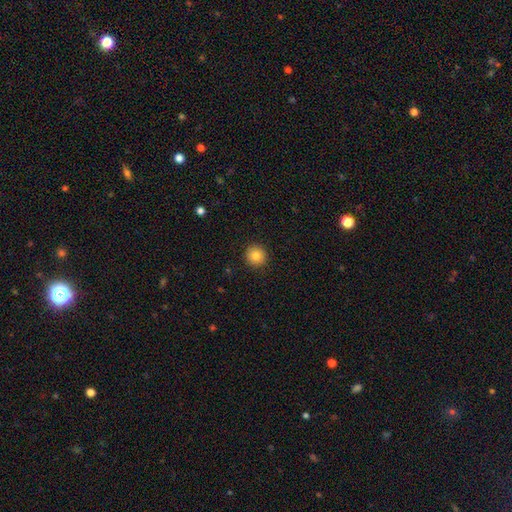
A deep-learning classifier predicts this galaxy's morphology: A smooth galaxy with no disk features (84%) that is round (95%).

Vote fractions:
- Smooth or featured? smooth: 84% / star or artifact: 10% / featured or disk: 6%
- How rounded? round: 95% / in between: 4% / cigar-shaped: 1%
- Merging? none: 92% / minor disturbance: 5% / major disturbance: 2% / merger: 1%